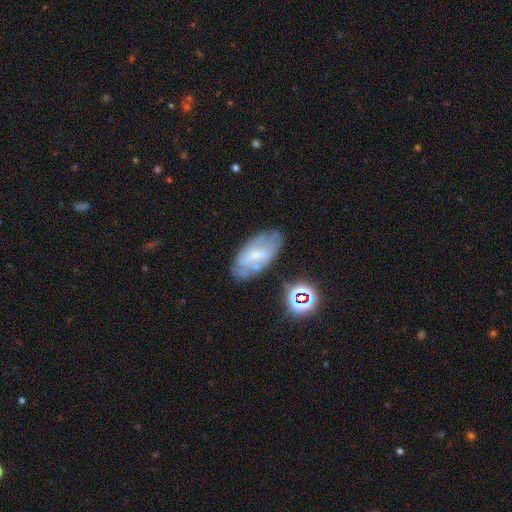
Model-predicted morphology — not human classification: This appears to be a featured or disk galaxy (56%) with a weak bar (47%), spiral arms (64%) and a small central bulge (61%). Merging: none (66%).